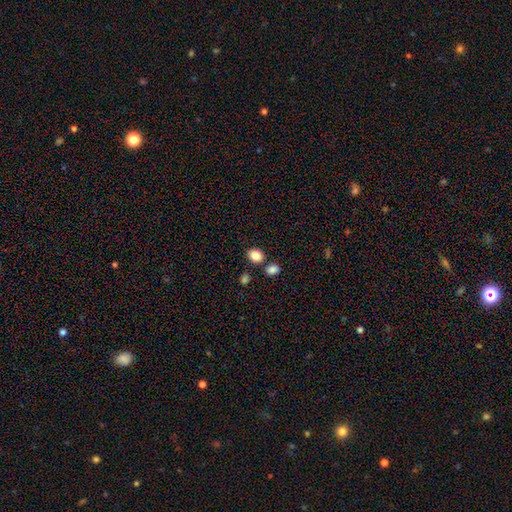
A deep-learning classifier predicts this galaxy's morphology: smooth-or-featured: smooth: 86% | star or artifact: 9% | featured or disk: 4%
  how-rounded: round: 56% | in between: 43% | cigar-shaped: 1%
  merging: none: 76% | merger: 11% | minor disturbance: 9% | major disturbance: 3%